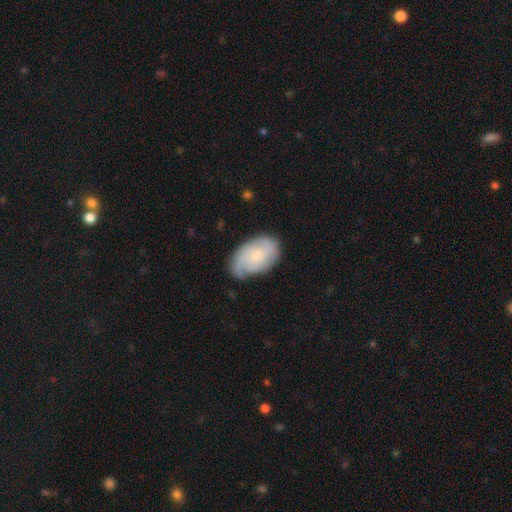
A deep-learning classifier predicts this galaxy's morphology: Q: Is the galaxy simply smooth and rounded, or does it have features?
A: featured or disk — 57%.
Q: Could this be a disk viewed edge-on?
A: no — 96%.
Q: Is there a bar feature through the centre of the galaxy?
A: no — 76%.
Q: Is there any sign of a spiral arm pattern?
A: yes — 88%.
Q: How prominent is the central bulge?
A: small — 63%.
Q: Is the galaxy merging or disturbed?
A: none — 64%.